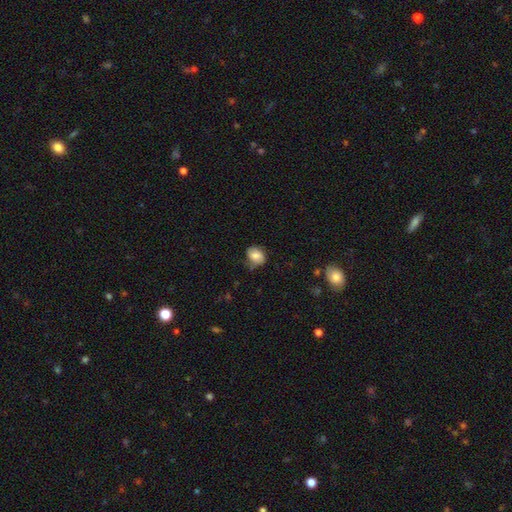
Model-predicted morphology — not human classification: Overall: smooth (74%). How rounded: in between (56%; round 43%). Merging: none (55%; minor disturbance 32%).